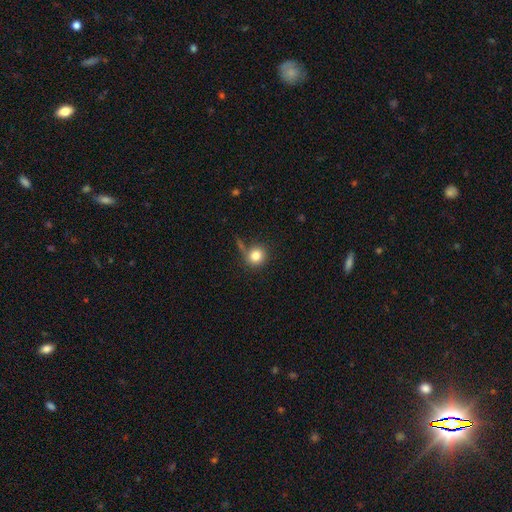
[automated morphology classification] This appears to be a smooth galaxy with no disk features (81%) that is round (90%). Merging: none (65%).